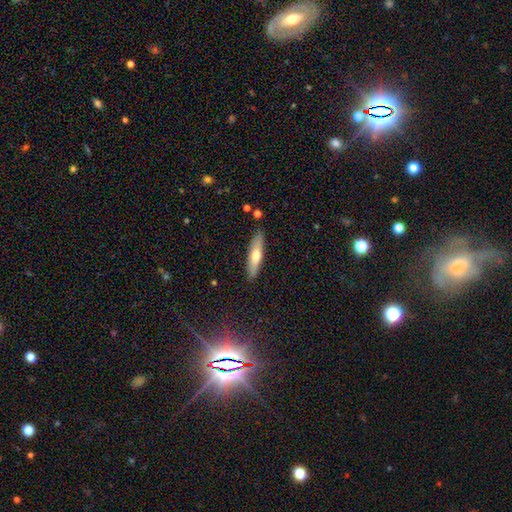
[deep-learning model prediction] A smooth galaxy with no disk features (60%) that is cigar-shaped (76%). Merging: none (89%).